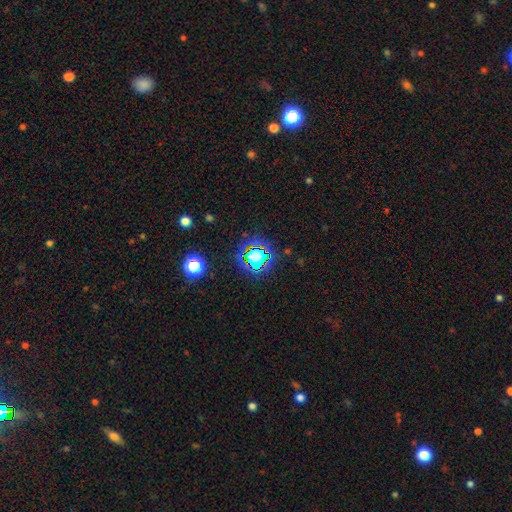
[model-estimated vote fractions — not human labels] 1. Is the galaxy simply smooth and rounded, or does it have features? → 77% star or artifact, 15% smooth, 8% featured or disk.